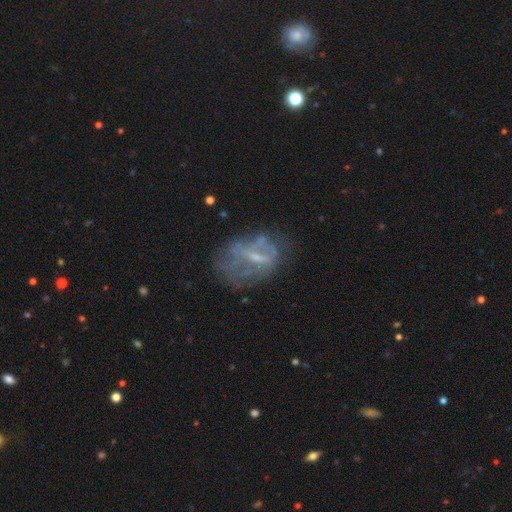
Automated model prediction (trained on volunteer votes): A featured or disk galaxy (62%) with a weak bar (41%), no spiral arms (74%) and a small central bulge (47%). Merging: none (44%).